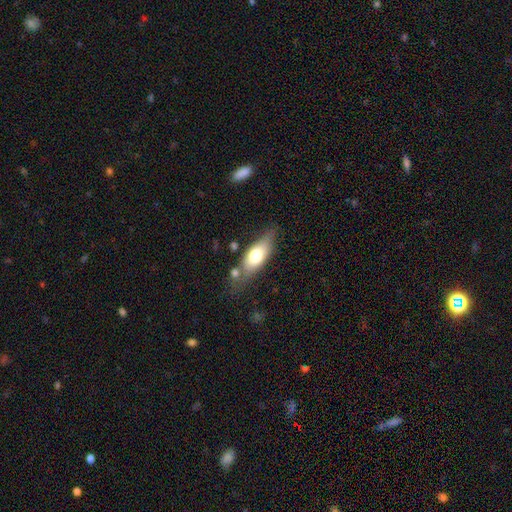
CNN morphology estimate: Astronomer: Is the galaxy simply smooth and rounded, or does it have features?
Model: smooth — 62%.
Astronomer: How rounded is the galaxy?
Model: in between — 70%.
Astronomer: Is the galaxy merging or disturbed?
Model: none — 61%.